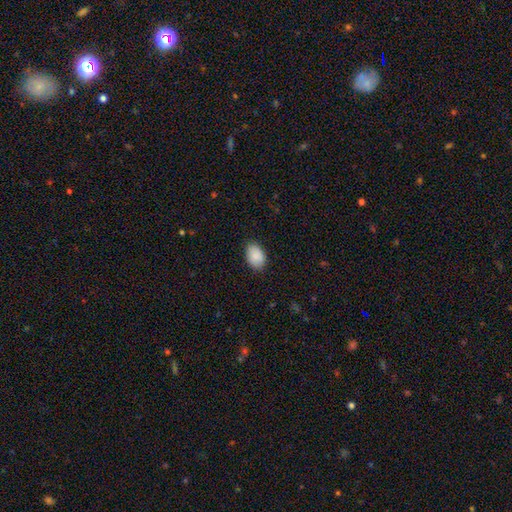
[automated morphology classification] The model was most divided on "merging": none: 84%, minor disturbance: 13%, major disturbance: 2%, merger: 1%. More confident: smooth or featured — smooth (90%); how rounded — in between (88%).